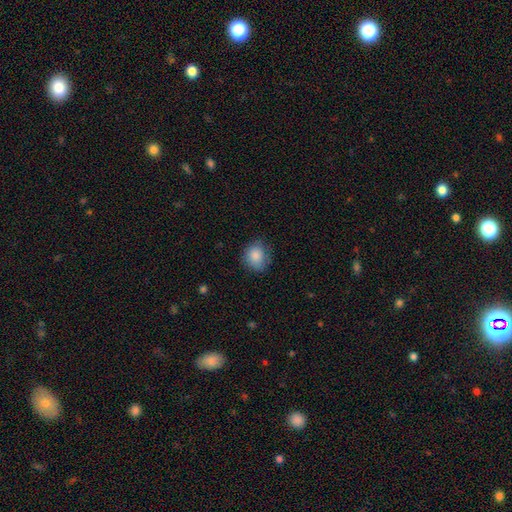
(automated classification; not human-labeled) Morphology: type=smooth (86%); roundness=round (70%); merging=none (76%).